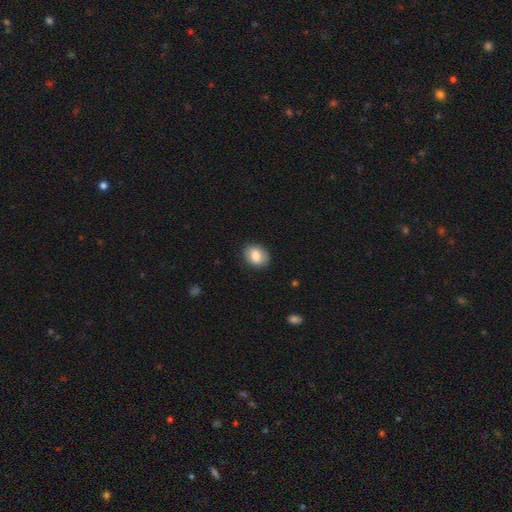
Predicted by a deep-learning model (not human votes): This is clearly a smooth galaxy (81%). How rounded: possibly in between (52%). Merging: clearly none (86%).